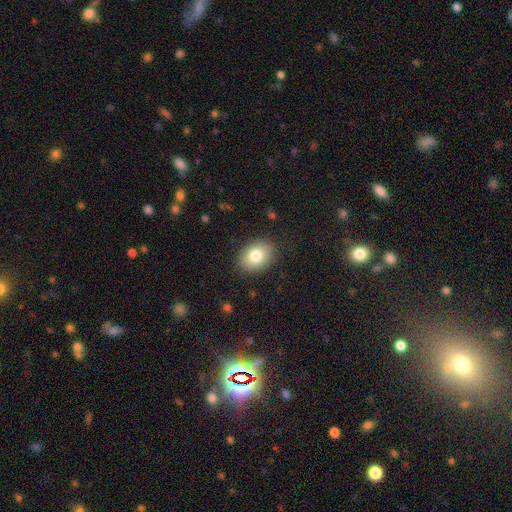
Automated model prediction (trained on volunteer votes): The model was most divided on "how rounded": in between: 73%, round: 26%, cigar-shaped: 1%. More confident: merging — none (86%); smooth or featured — smooth (81%).